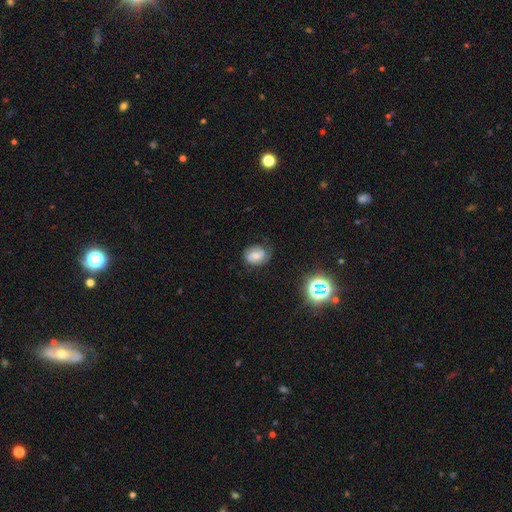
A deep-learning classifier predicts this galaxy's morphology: Overall: featured or disk (53%; smooth 35%). Edge-on disk: no (97%). Bar: weak (44%; no 39%). Spiral arms: yes (87%). Bulge size: moderate (47%; small 38%). Merging: none (73%).